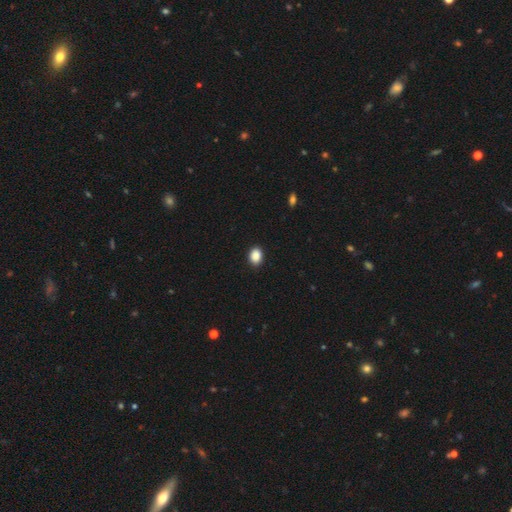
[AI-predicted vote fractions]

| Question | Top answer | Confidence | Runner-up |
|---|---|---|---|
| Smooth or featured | smooth | 89% | star or artifact (8%) |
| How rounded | in between | 63% | round (36%) |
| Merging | none | 90% | minor disturbance (8%) |